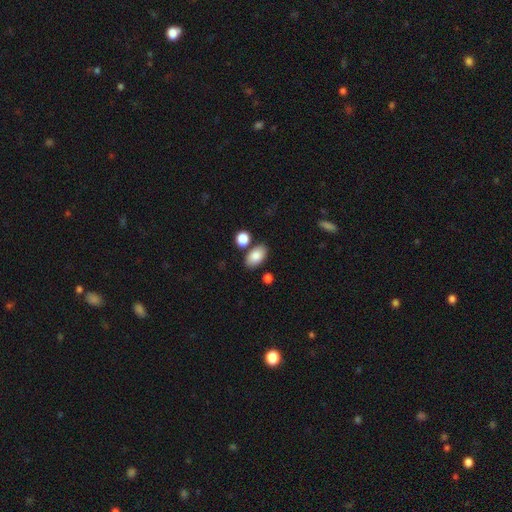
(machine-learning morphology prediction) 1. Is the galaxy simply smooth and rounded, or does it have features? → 85% smooth, 8% featured or disk, 7% star or artifact.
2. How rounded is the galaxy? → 92% in between, 7% round, 1% cigar-shaped.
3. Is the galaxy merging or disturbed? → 79% none, 10% minor disturbance, 8% merger, 3% major disturbance.